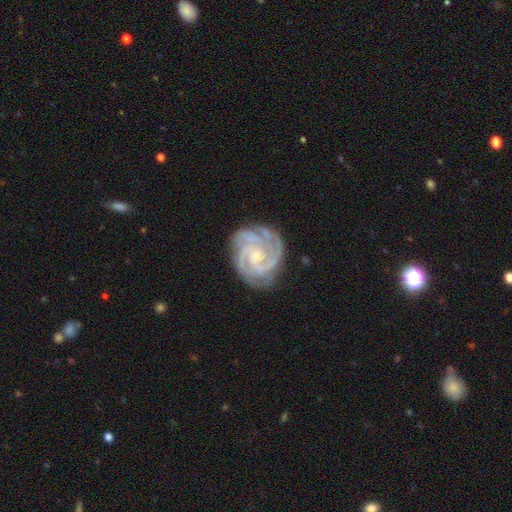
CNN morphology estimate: This is clearly a featured or disk galaxy (90%). It is clearly not viewed edge-on (98%). Bar: likely no (66%). Spiral arm pattern: clearly yes (98%). Spiral arm count: marginally 3 (40%). Spiral winding: likely tight (71%). Central bulge: likely small (68%). Merging: likely none (78%).